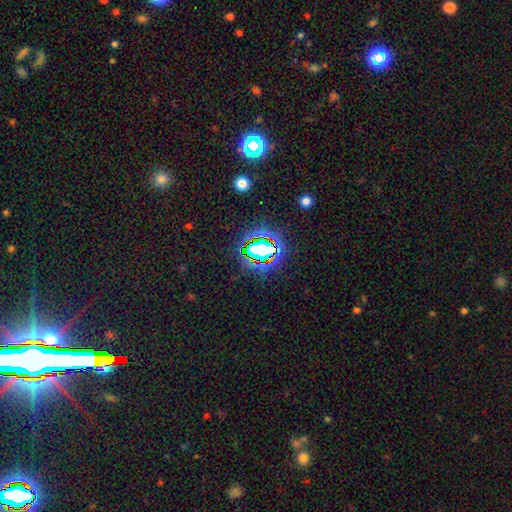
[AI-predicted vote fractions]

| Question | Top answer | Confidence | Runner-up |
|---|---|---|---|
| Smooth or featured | star or artifact | 71% | smooth (18%) |